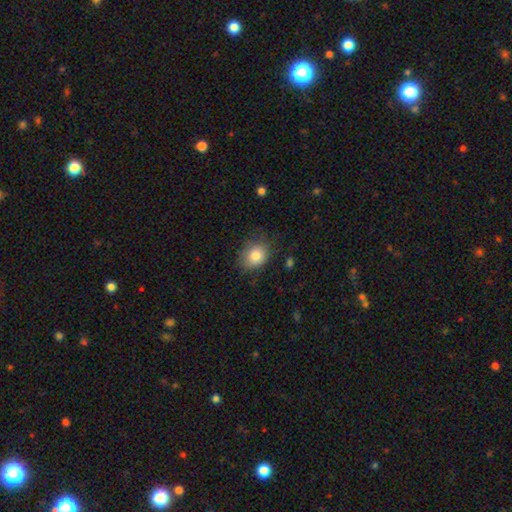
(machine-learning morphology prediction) smooth 82%, featured or disk 9%, star or artifact 9%. Down the decision tree: how rounded — in between (51%); merging — none (72%).